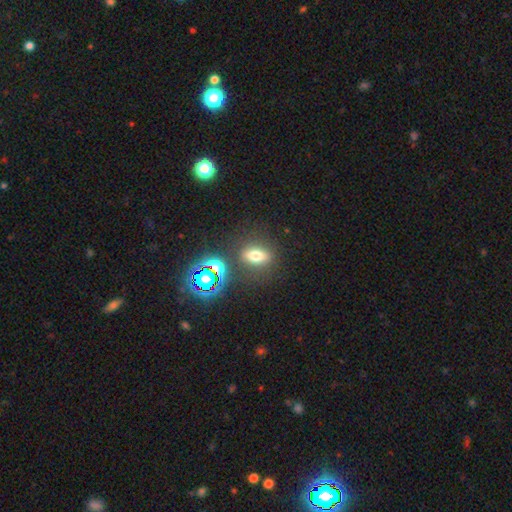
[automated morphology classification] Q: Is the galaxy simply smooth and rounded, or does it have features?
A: smooth — 58%.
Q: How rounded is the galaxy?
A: in between — 65%.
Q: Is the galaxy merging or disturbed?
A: none — 82%.